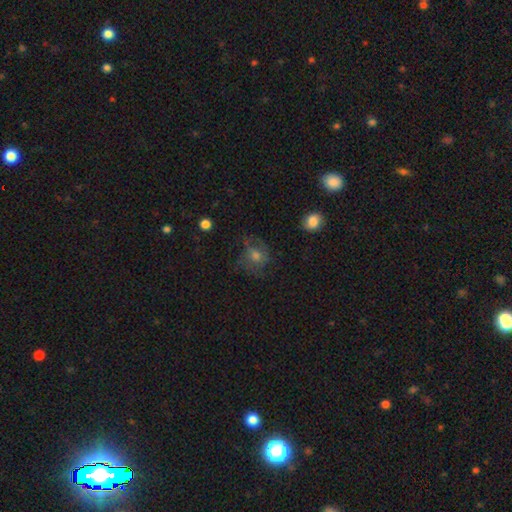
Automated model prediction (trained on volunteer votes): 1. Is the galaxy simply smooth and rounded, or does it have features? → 42% smooth, 41% featured or disk, 17% star or artifact.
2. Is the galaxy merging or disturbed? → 57% none, 21% minor disturbance, 20% major disturbance, 2% merger.